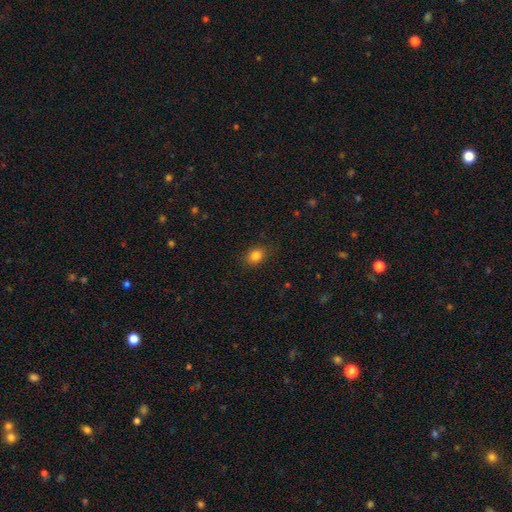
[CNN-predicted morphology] smooth-or-featured: smooth: 83% | star or artifact: 11% | featured or disk: 6%
  how-rounded: in between: 52% | round: 47% | cigar-shaped: 1%
  merging: none: 86% | minor disturbance: 11% | major disturbance: 3% | merger: 1%